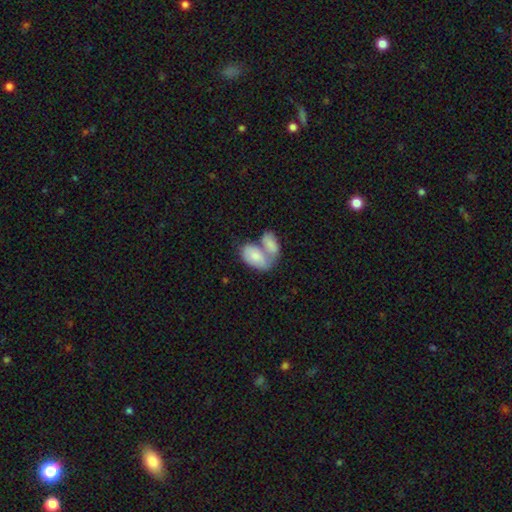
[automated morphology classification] smooth 75%, featured or disk 20%, star or artifact 5%. Down the decision tree: how rounded — in between (93%); merging — merger (71%).